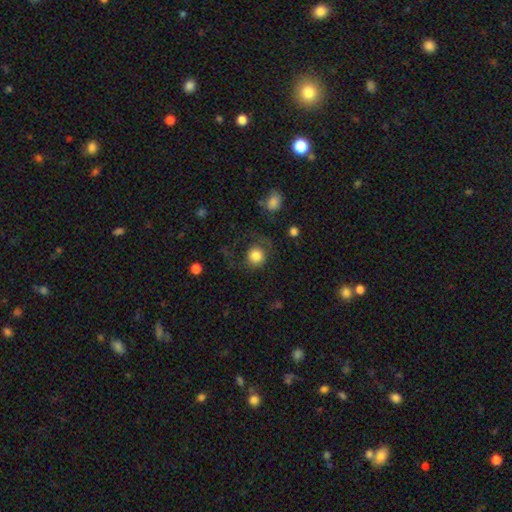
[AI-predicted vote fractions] Q: Smooth or featured?
A: smooth (81%); runner-up: featured or disk (10%)
Q: How rounded?
A: round (89%); runner-up: in between (10%)
Q: Merging?
A: none (61%); runner-up: major disturbance (20%)